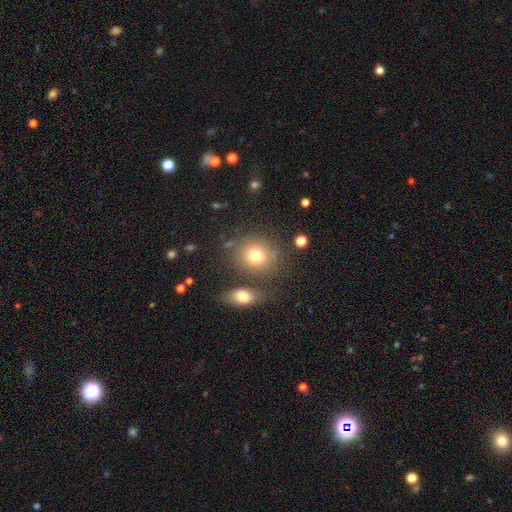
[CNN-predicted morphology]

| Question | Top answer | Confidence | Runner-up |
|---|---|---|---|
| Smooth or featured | smooth | 76% | star or artifact (13%) |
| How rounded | round | 80% | in between (19%) |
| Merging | none | 73% | merger (12%) |